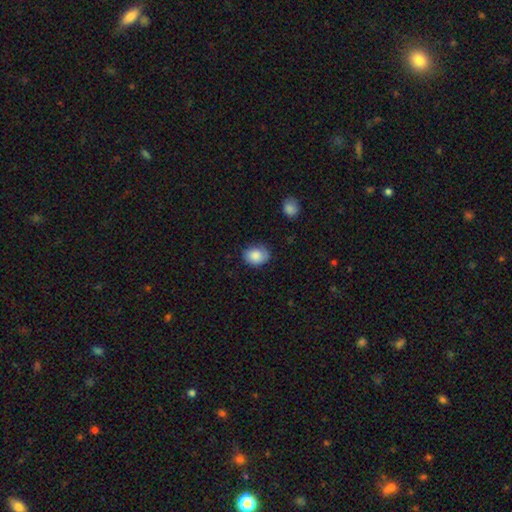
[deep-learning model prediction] Smooth or featured?
  - smooth: 85% *
  - star or artifact: 7%
  - featured or disk: 7%
How rounded?
  - in between: 62% *
  - round: 37%
  - cigar-shaped: 1%
Merging?
  - none: 73% *
  - minor disturbance: 22%
  - major disturbance: 4%
  - merger: 1%